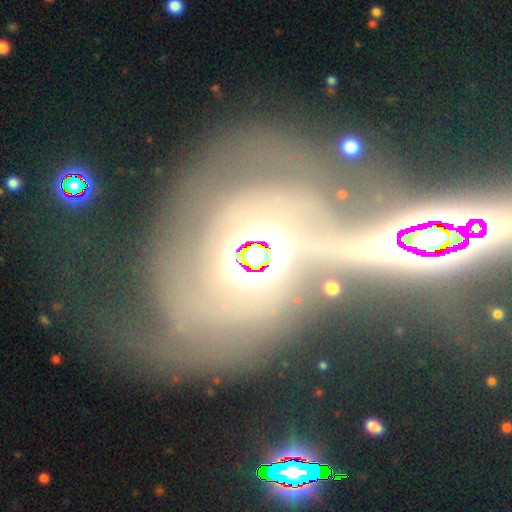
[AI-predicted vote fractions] A featured or disk galaxy (55%). Merging: none (50%).